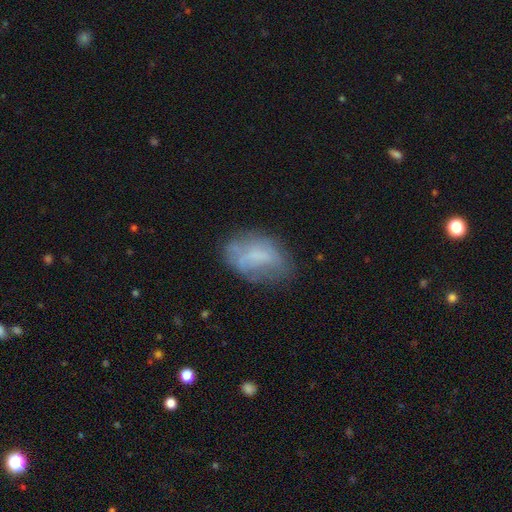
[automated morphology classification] smooth-or-featured: smooth: 56% | featured or disk: 34% | star or artifact: 10%
  how-rounded: in between: 88% | round: 10% | cigar-shaped: 2%
  merging: none: 54% | minor disturbance: 27% | major disturbance: 15% | merger: 4%